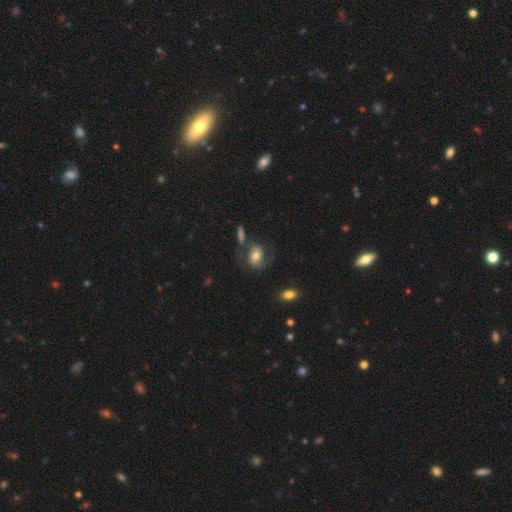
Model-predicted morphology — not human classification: Overall: featured or disk (59%; smooth 33%). Edge-on disk: no (96%). Bar: no (49%; weak 35%). Spiral arms: yes (86%). Bulge size: moderate (66%). Merging: none (53%; minor disturbance 19%).